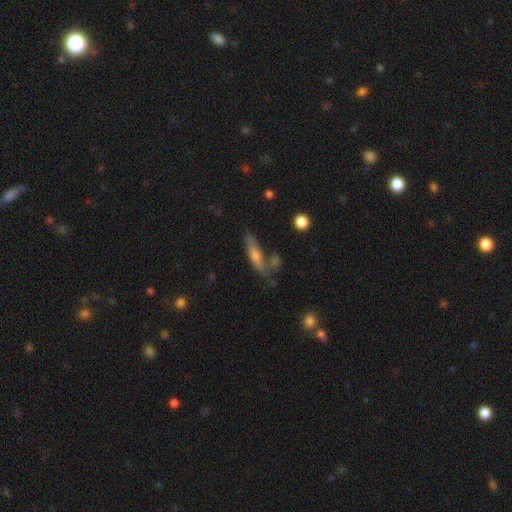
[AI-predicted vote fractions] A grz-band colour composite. It shows a smooth galaxy with no disk features (61%) that is cigar-shaped (66%). Merging: none (60%).